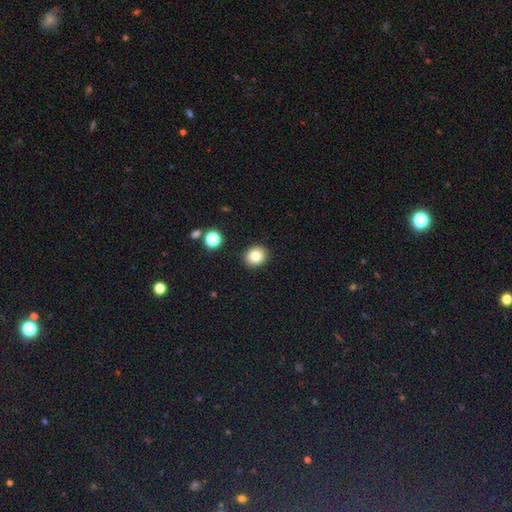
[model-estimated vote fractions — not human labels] Smooth or featured? Predicted: smooth (p=0.80). How rounded? Predicted: round (p=0.78). Merging? Predicted: none (p=0.90).